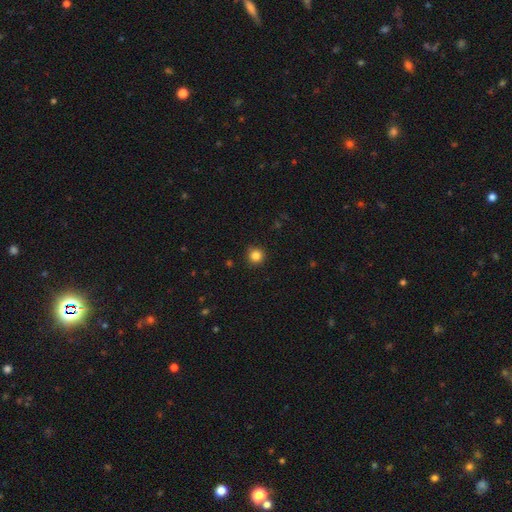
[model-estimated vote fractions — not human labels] The model was most divided on "smooth or featured": smooth: 84%, star or artifact: 11%, featured or disk: 4%. More confident: how rounded — round (95%); merging — none (91%).